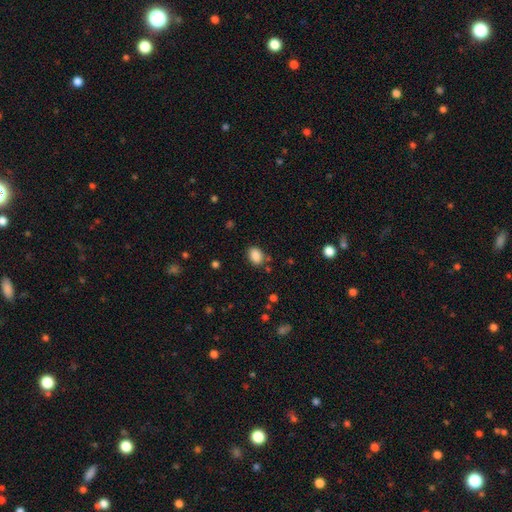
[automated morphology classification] type=smooth (87%); roundness=in between (75%); merging=none (79%).